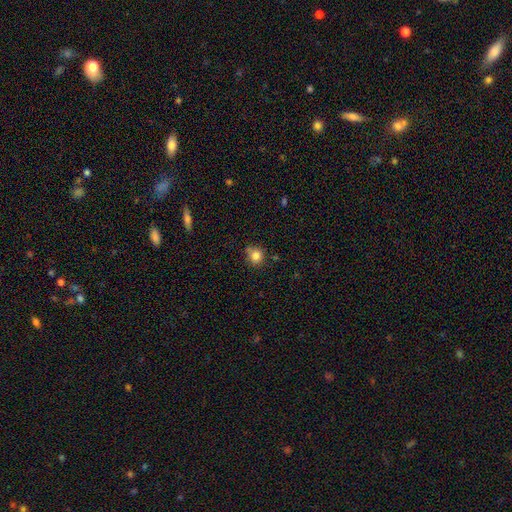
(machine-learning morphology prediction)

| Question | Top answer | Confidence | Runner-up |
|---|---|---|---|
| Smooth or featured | smooth | 81% | star or artifact (11%) |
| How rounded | round | 82% | in between (17%) |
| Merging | none | 69% | minor disturbance (22%) |